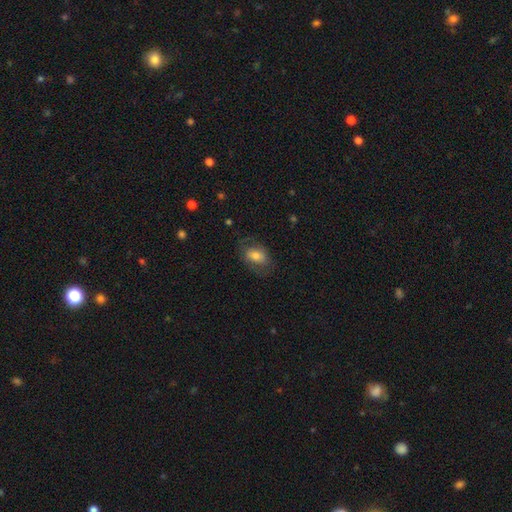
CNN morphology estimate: A smooth galaxy with no disk features (65%) that is in between round and cigar-shaped (81%). Merging: none (65%).